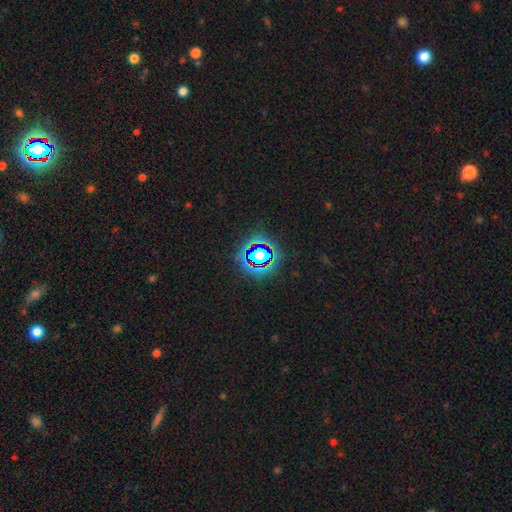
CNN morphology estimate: Smooth or featured: star or artifact — 78% (smooth — 14%)